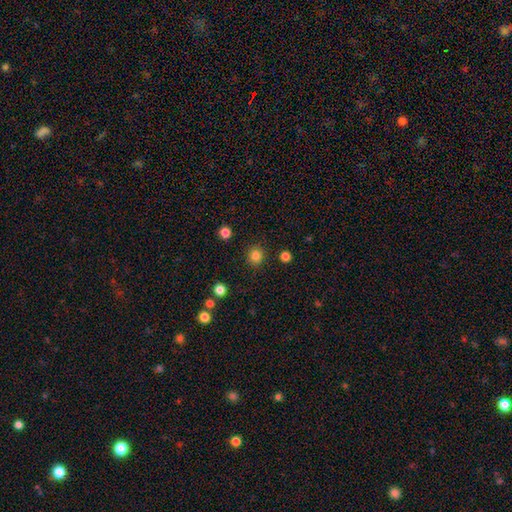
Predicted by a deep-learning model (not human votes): Morphology: type=smooth (83%); roundness=round (89%); merging=none (91%).